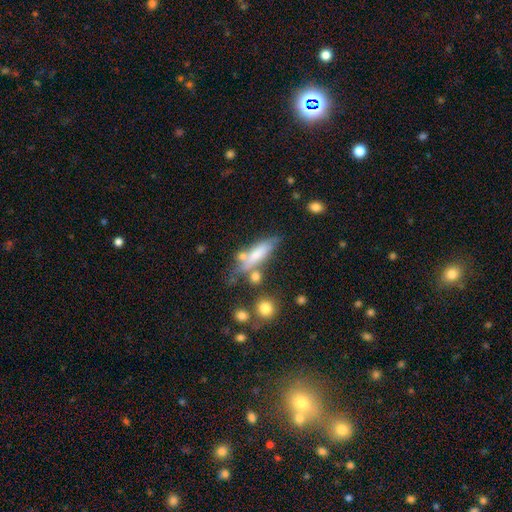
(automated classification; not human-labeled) Smooth or featured? smooth (60%)
How rounded? cigar-shaped (59%)
Merging? none (48%)